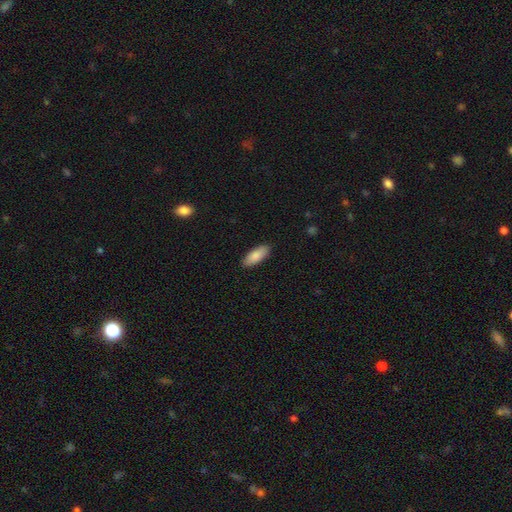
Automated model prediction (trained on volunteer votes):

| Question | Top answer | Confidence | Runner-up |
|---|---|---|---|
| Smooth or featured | smooth | 87% | featured or disk (7%) |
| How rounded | in between | 74% | cigar-shaped (24%) |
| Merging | none | 89% | minor disturbance (8%) |